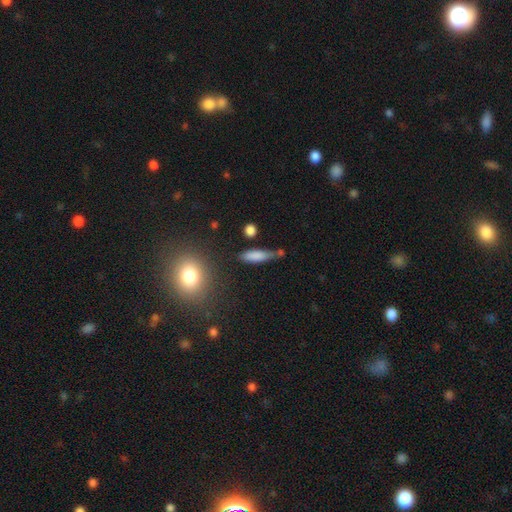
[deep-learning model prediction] A smooth galaxy with no disk features (77%) that is cigar-shaped (59%). Merging: none (54%).